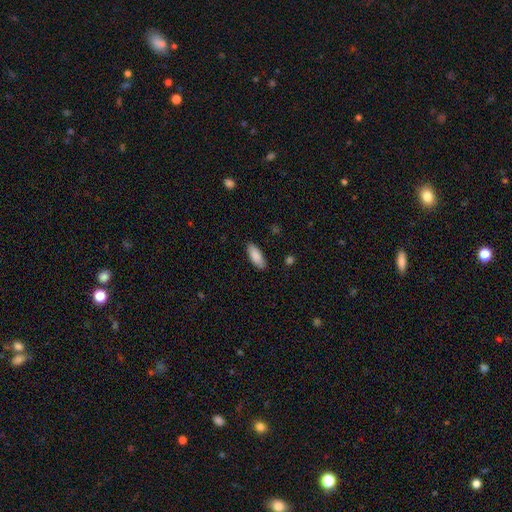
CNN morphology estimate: A smooth galaxy with no disk features (88%) that is in between round and cigar-shaped (77%). Merging: none (87%).